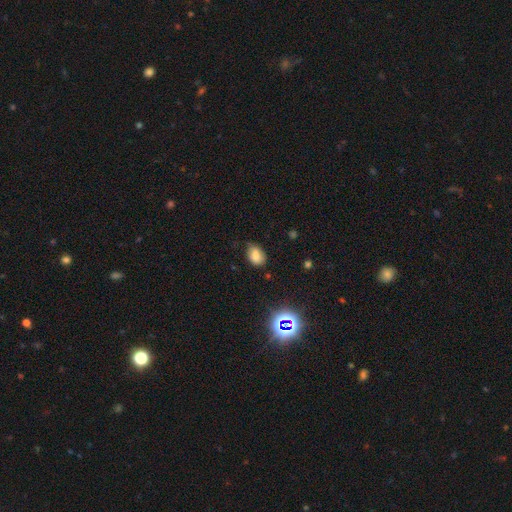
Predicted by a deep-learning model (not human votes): Smooth or featured: smooth — 77% (star or artifact — 14%)
How rounded: in between — 78% (round — 21%)
Merging: none — 64% (minor disturbance — 28%)